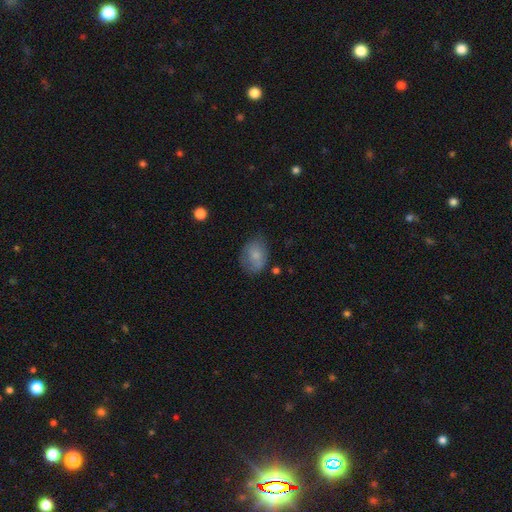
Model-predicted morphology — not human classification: smooth_or_featured: smooth (p=0.77) [alt: featured or disk p=0.15]
how_rounded: in between (p=0.70) [alt: round p=0.29]
merging: none (p=0.63) [alt: minor disturbance p=0.26]